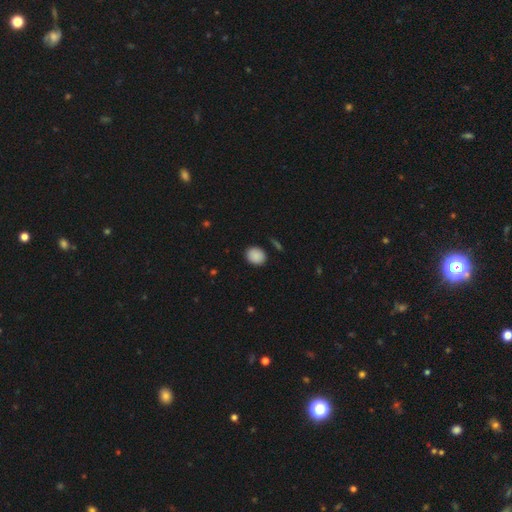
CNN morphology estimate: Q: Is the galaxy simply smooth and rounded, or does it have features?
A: smooth — 89%.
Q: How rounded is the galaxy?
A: round — 58%.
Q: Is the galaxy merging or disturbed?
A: none — 87%.